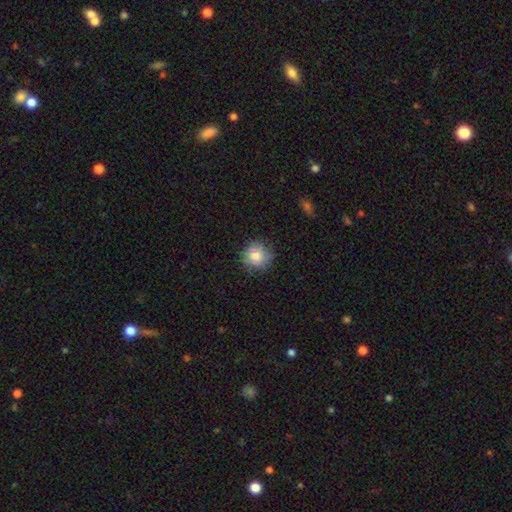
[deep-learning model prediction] A smooth galaxy with no disk features (83%) that is round (88%).

Vote fractions:
- Smooth or featured? smooth: 83% / featured or disk: 8% / star or artifact: 8%
- How rounded? round: 88% / in between: 11% / cigar-shaped: 1%
- Merging? none: 75% / minor disturbance: 19% / major disturbance: 5% / merger: 1%